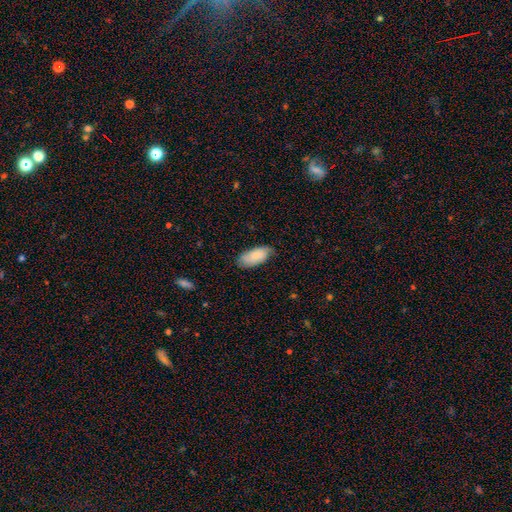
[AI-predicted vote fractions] smooth_or_featured: smooth (p=0.79) [alt: featured or disk p=0.15]
how_rounded: in between (p=0.91) [alt: cigar-shaped p=0.07]
merging: none (p=0.70) [alt: minor disturbance p=0.25]